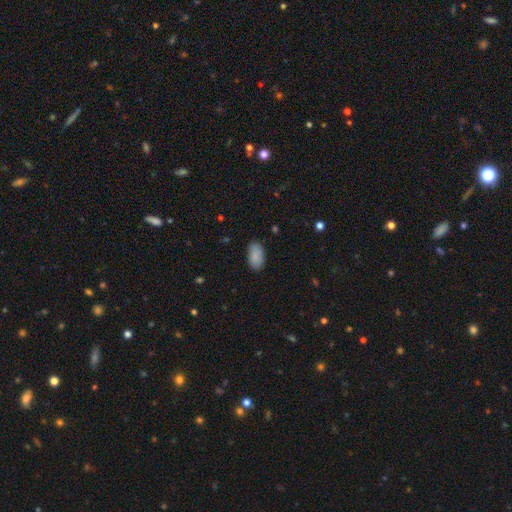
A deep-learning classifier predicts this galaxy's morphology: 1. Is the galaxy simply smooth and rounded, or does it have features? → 88% smooth, 7% star or artifact, 6% featured or disk.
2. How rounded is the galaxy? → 95% in between, 3% round, 2% cigar-shaped.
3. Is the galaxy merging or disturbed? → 85% none, 12% minor disturbance, 3% major disturbance, 1% merger.